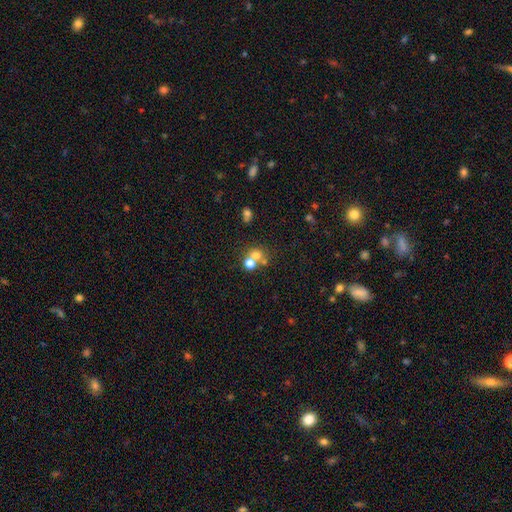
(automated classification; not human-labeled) Smooth or featured? smooth (66%)
How rounded? round (81%)
Merging? merger (49%)